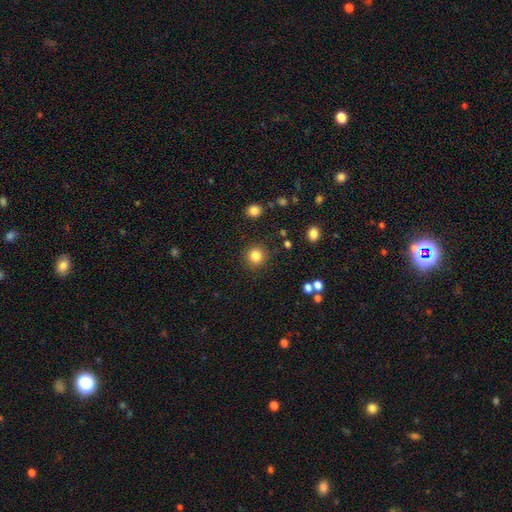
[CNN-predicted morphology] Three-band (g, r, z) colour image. It shows a smooth galaxy with no disk features (84%) that is round (92%). Merging: none (89%).